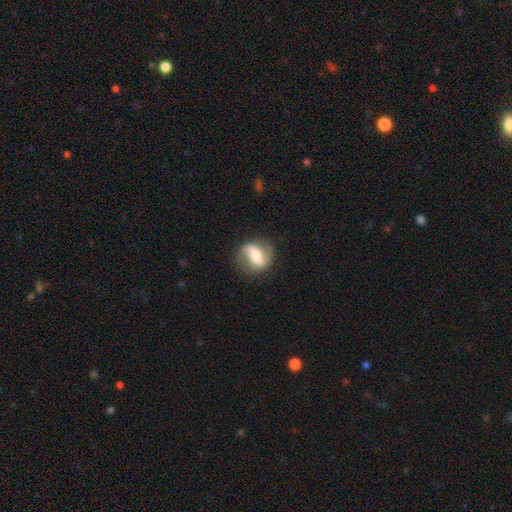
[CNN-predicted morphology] Smooth or featured? Predicted: featured or disk (p=0.68). Edge-on disk? Predicted: no (p=0.93). Bar? Predicted: strong (p=0.51). Spiral arms? Predicted: yes (p=0.80). Spiral winding? Predicted: loose (p=0.53). Spiral arm count? Predicted: 2 (p=0.88). Bulge size? Predicted: moderate (p=0.61). Merging? Predicted: none (p=0.81).